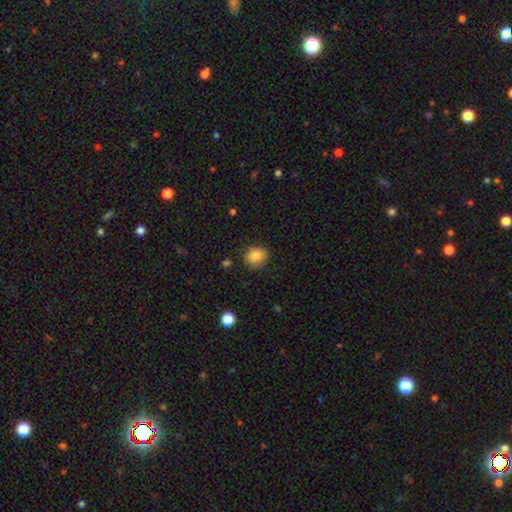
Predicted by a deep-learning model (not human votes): smooth 84%, star or artifact 9%, featured or disk 7%. Down the decision tree: how rounded — round (71%); merging — none (83%).